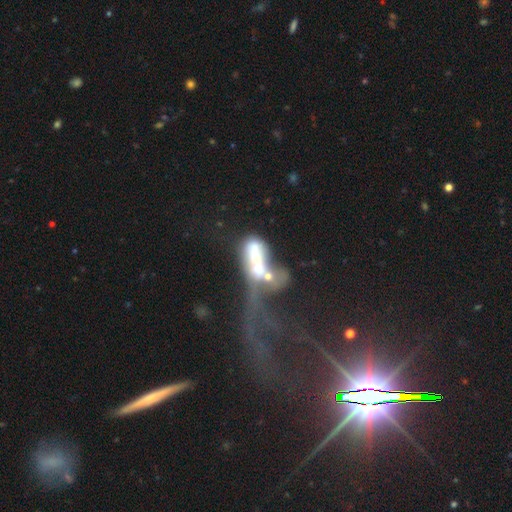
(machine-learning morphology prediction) Q: Smooth or featured?
A: featured or disk (49%); runner-up: smooth (39%)
Q: Merging?
A: merger (68%); runner-up: major disturbance (21%)